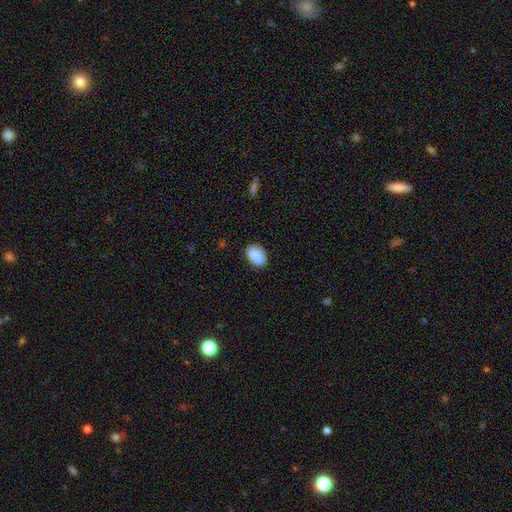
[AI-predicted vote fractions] A smooth galaxy with no disk features (89%) that is in between round and cigar-shaped (88%). Merging: none (82%).